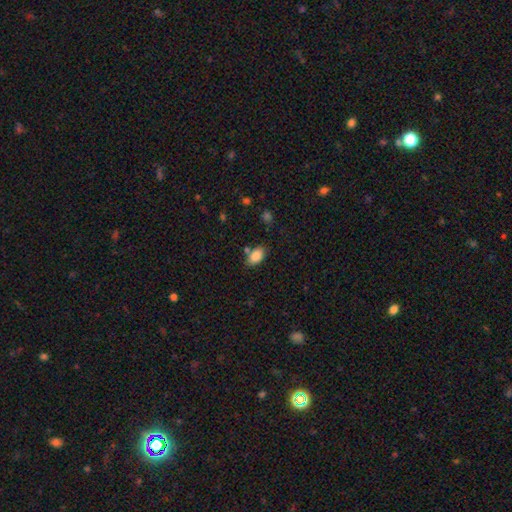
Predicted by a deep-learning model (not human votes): Smooth or featured?
  - smooth: 87% *
  - star or artifact: 8%
  - featured or disk: 6%
How rounded?
  - in between: 91% *
  - round: 7%
  - cigar-shaped: 2%
Merging?
  - none: 73% *
  - minor disturbance: 14%
  - merger: 9%
  - major disturbance: 3%